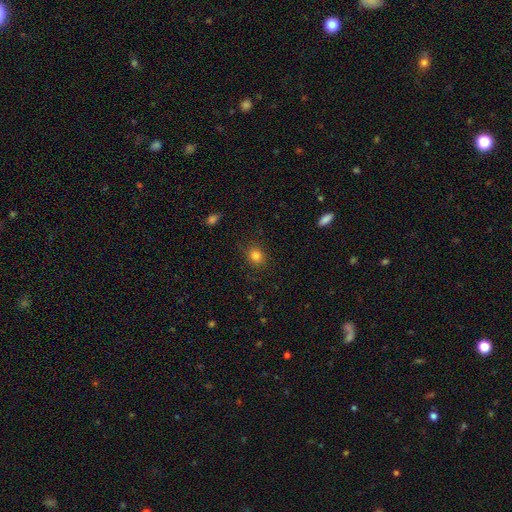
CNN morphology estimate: The model was most divided on "how rounded": round: 71%, in between: 28%, cigar-shaped: 1%. More confident: merging — none (84%); smooth or featured — smooth (83%).